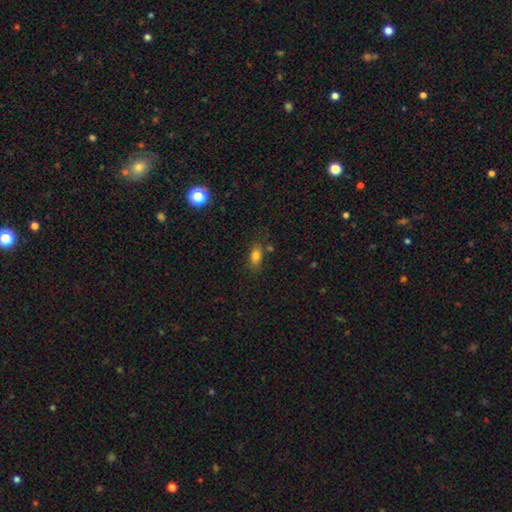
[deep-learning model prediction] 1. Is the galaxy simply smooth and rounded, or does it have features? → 79% smooth, 11% star or artifact, 10% featured or disk.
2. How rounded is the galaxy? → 84% in between, 8% round, 8% cigar-shaped.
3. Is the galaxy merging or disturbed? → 73% none, 16% minor disturbance, 7% merger, 5% major disturbance.